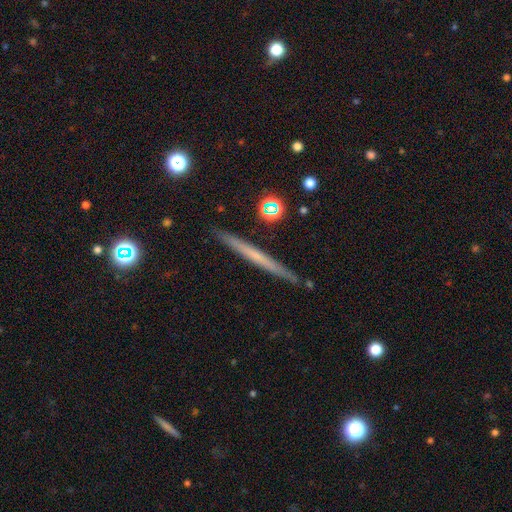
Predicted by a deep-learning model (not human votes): A featured or disk galaxy (53%) viewed edge-on (97%) with no central bulge (84%).

Vote fractions:
- Smooth or featured? featured or disk: 53% / smooth: 40% / star or artifact: 7%
- Edge-on disk? yes: 97% / no: 3%
- Edge-on bulge? none: 84% / rounded: 12% / boxy: 4%
- Merging? none: 90% / minor disturbance: 7% / merger: 2% / major disturbance: 1%